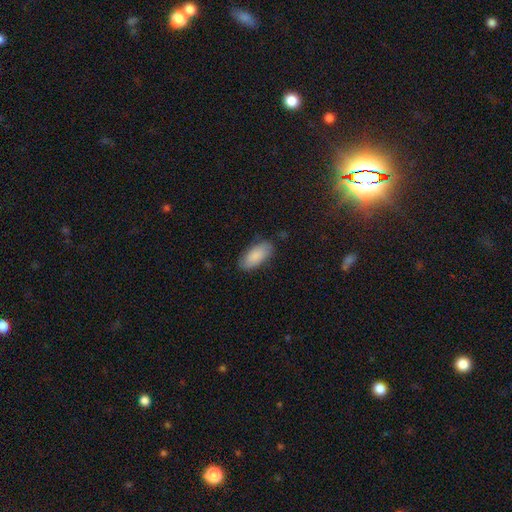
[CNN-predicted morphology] The model was most divided on "merging": none: 81%, minor disturbance: 15%, major disturbance: 3%, merger: 1%. More confident: how rounded — in between (89%); smooth or featured — smooth (86%).